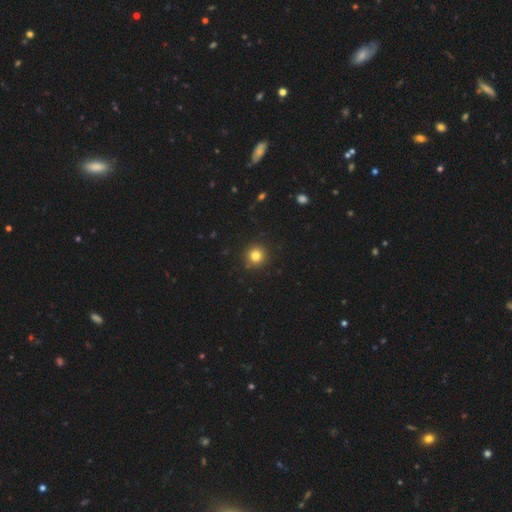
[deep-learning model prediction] Smooth or featured?
  - smooth: 81% *
  - star or artifact: 13%
  - featured or disk: 6%
How rounded?
  - round: 95% *
  - in between: 4%
  - cigar-shaped: 1%
Merging?
  - none: 92% *
  - minor disturbance: 5%
  - major disturbance: 2%
  - merger: 1%